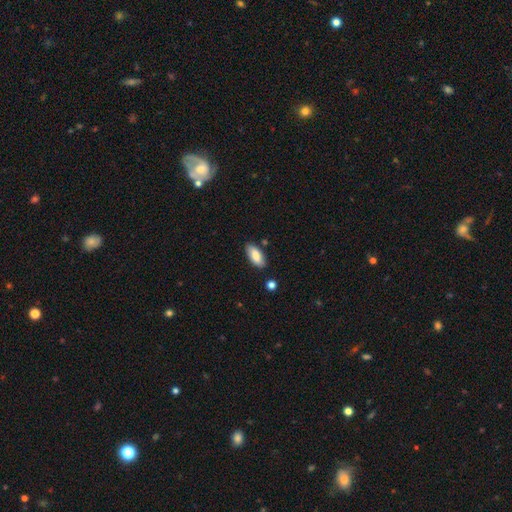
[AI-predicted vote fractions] The model was most divided on "merging": none: 83%, minor disturbance: 12%, merger: 3%, major disturbance: 2%. More confident: how rounded — in between (85%); smooth or featured — smooth (83%).